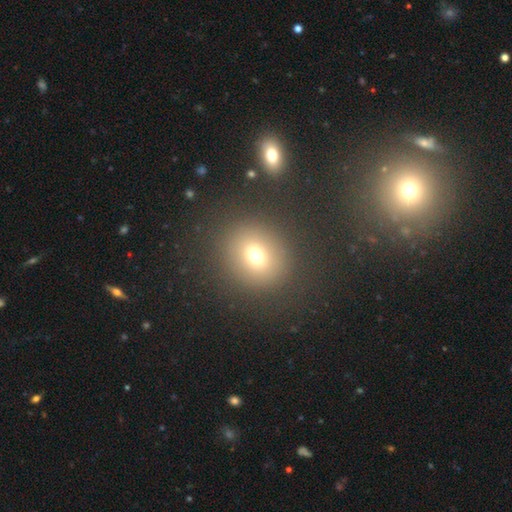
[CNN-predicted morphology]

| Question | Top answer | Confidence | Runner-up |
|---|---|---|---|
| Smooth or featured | smooth | 70% | star or artifact (18%) |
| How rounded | round | 79% | in between (20%) |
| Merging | none | 85% | minor disturbance (8%) |